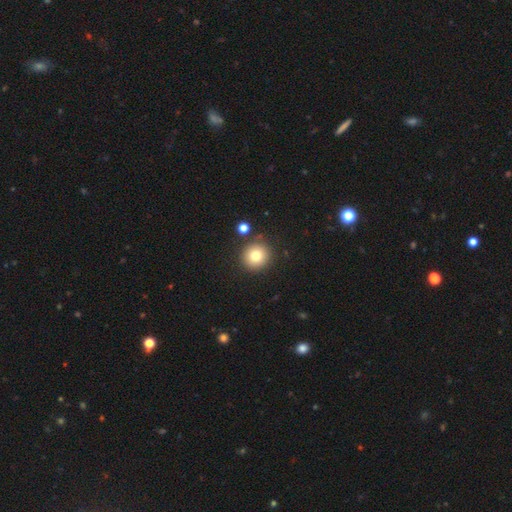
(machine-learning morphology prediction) smooth_or_featured: smooth (p=0.79) [alt: star or artifact p=0.12]
how_rounded: round (p=0.93) [alt: in between p=0.06]
merging: none (p=0.86) [alt: minor disturbance p=0.07]